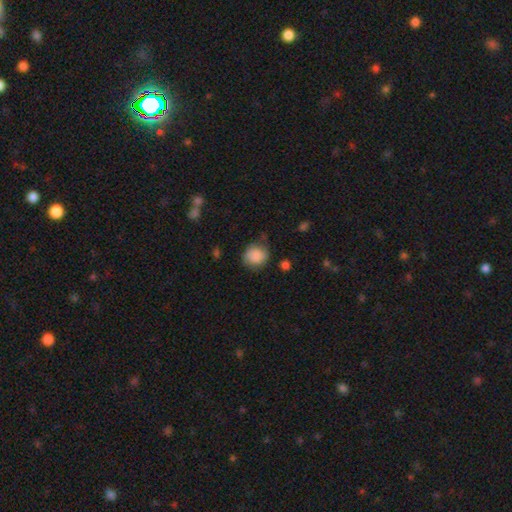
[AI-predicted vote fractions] smooth_or_featured: smooth (p=0.83) [alt: featured or disk p=0.09]
how_rounded: round (p=0.79) [alt: in between p=0.20]
merging: none (p=0.69) [alt: minor disturbance p=0.22]